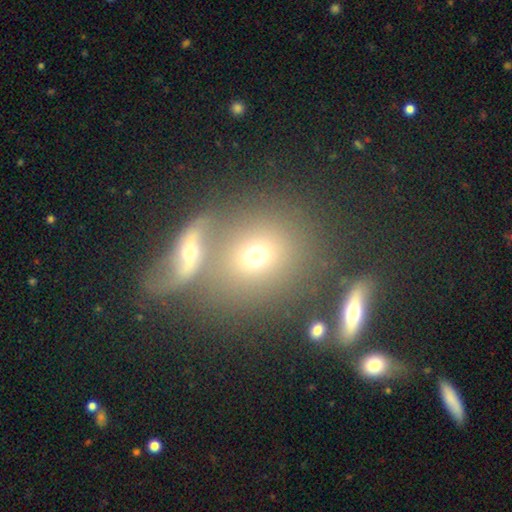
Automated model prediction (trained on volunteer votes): Q: Smooth or featured?
A: smooth (63%); runner-up: featured or disk (24%)
Q: How rounded?
A: round (72%); runner-up: in between (26%)
Q: Merging?
A: none (51%); runner-up: merger (32%)